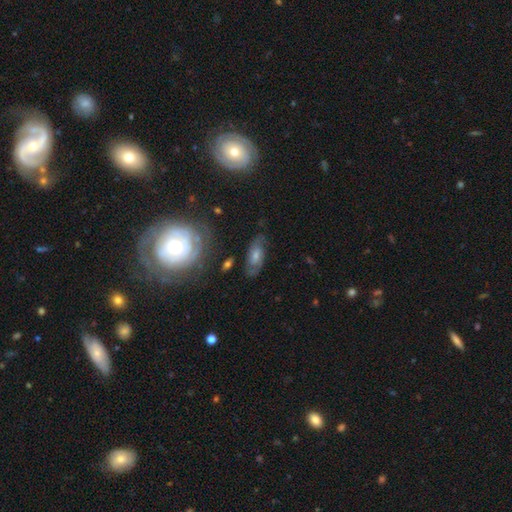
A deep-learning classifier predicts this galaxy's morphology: The model was most divided on "bulge size": moderate: 41%, small: 38%, none: 10%, large: 9%, dominant: 2%. Remaining: edge-on disk — no (91%); spiral arms — yes (87%); merging — none (74%); smooth or featured — featured or disk (59%); bar — no (50%).